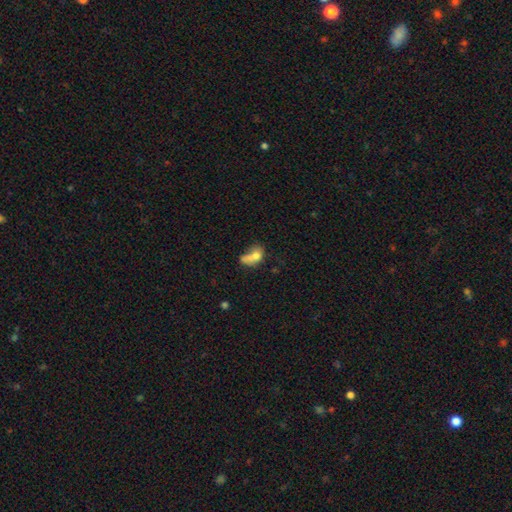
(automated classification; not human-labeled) smooth_or_featured: smooth (p=0.69) [alt: featured or disk p=0.21]
how_rounded: in between (p=0.70) [alt: round p=0.27]
merging: merger (p=0.50) [alt: none p=0.20]